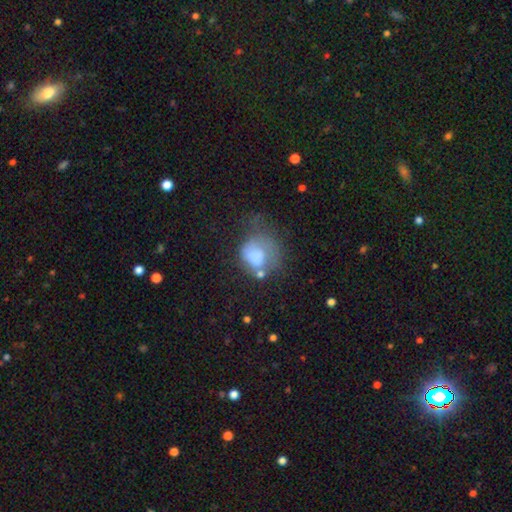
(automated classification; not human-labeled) Overall: smooth (64%; featured or disk 25%). How rounded: round (63%; in between 36%). Merging: major disturbance (41%; minor disturbance 23%).